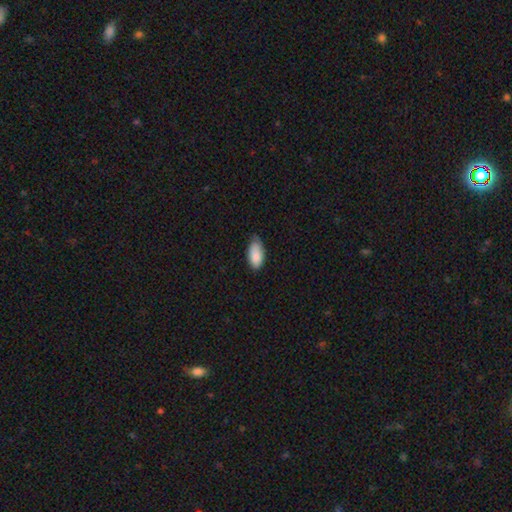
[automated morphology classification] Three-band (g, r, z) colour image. It shows a smooth galaxy with no disk features (87%) that is in between round and cigar-shaped (93%). Merging: none (57%).